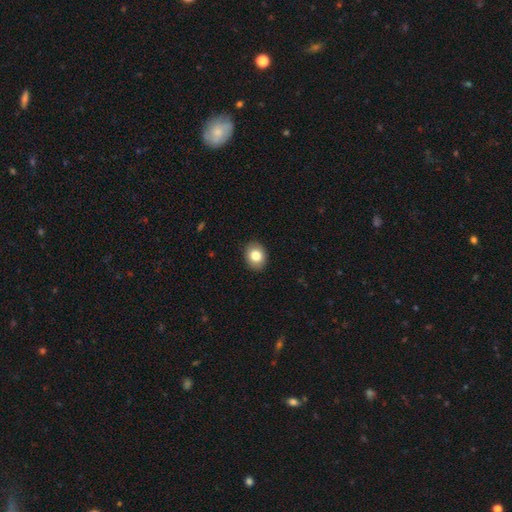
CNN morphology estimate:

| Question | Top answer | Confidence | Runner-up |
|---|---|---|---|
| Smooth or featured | smooth | 82% | featured or disk (9%) |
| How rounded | round | 50% | in between (49%) |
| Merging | none | 90% | minor disturbance (7%) |